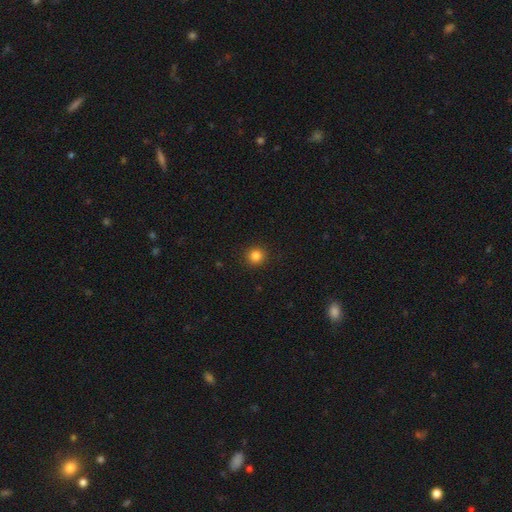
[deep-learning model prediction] Q: Smooth or featured?
A: smooth (84%); runner-up: star or artifact (12%)
Q: How rounded?
A: round (92%); runner-up: in between (7%)
Q: Merging?
A: none (91%); runner-up: minor disturbance (6%)